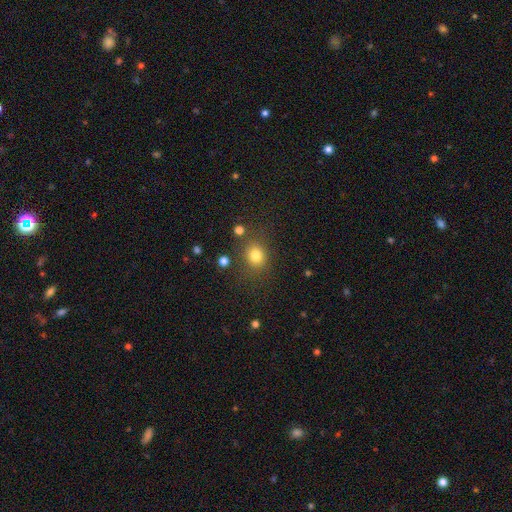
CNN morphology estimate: smooth 79%, star or artifact 14%, featured or disk 7%. Down the decision tree: how rounded — round (71%); merging — none (79%).